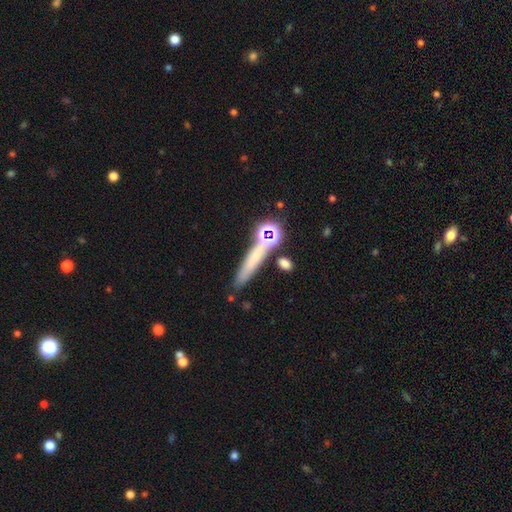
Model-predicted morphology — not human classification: Smooth or featured? smooth (55%)
How rounded? cigar-shaped (80%)
Merging? none (72%)